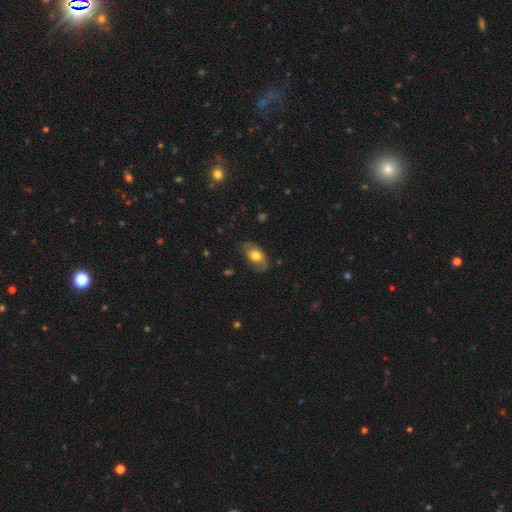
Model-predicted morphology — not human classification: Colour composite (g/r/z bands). It shows a smooth galaxy with no disk features (63%) that is in between round and cigar-shaped (90%). Merging: none (71%).